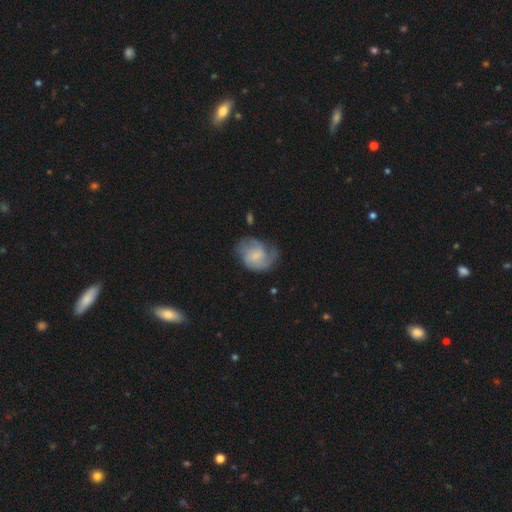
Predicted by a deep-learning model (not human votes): Overall: featured or disk (56%; smooth 37%). Edge-on disk: no (98%). Bar: no (57%; weak 37%). Spiral arms: yes (85%). Bulge size: small (43%; none 25%). Merging: none (49%; minor disturbance 29%).